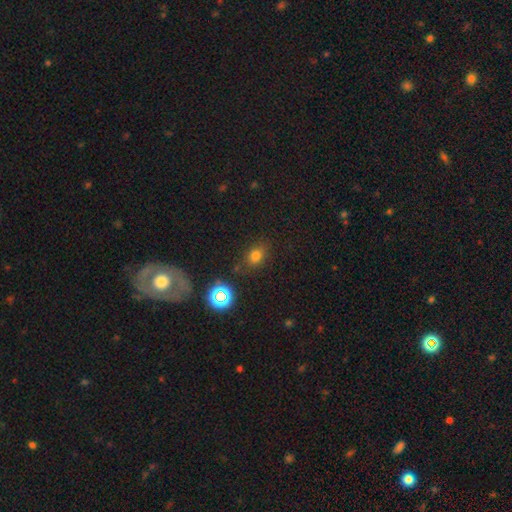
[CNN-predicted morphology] Q: Smooth or featured?
A: smooth (70%); runner-up: star or artifact (22%)
Q: How rounded?
A: in between (52%); runner-up: round (47%)
Q: Merging?
A: none (78%); runner-up: minor disturbance (14%)